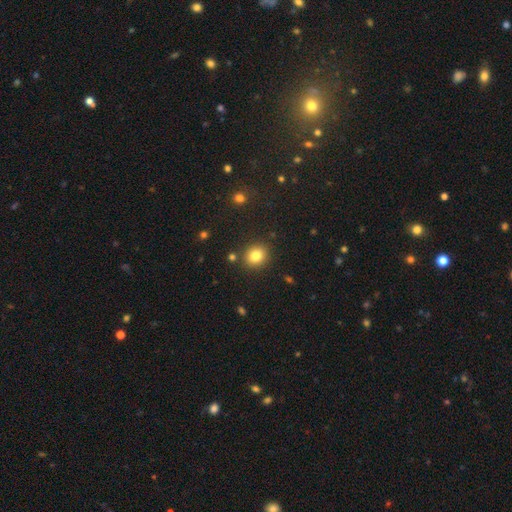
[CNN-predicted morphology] smooth 82%, star or artifact 11%, featured or disk 7%. Down the decision tree: how rounded — round (73%); merging — none (87%).